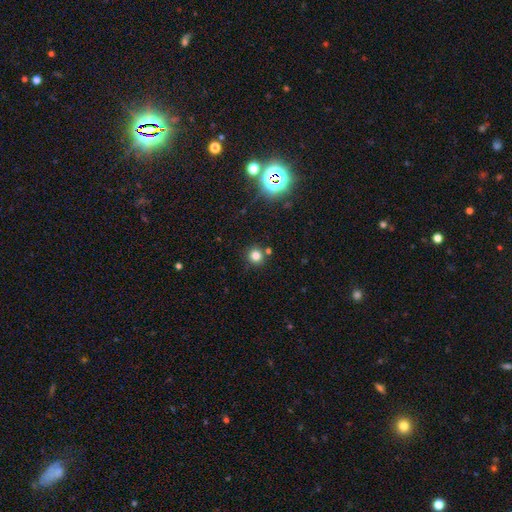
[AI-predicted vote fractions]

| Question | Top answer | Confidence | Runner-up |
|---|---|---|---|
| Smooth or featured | smooth | 77% | star or artifact (17%) |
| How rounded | round | 92% | in between (7%) |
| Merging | none | 82% | merger (8%) |